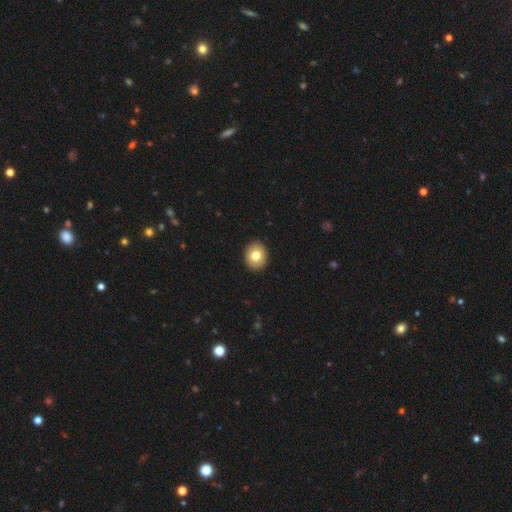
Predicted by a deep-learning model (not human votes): Smooth or featured?
  - smooth: 78% *
  - featured or disk: 14%
  - star or artifact: 9%
How rounded?
  - round: 78% *
  - in between: 21%
  - cigar-shaped: 1%
Merging?
  - none: 93% *
  - minor disturbance: 5%
  - major disturbance: 1%
  - merger: 1%